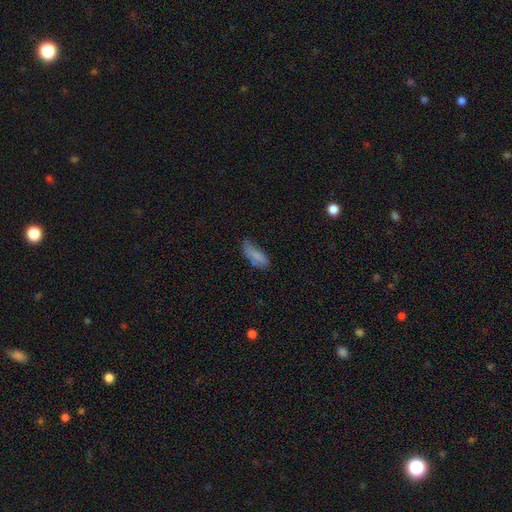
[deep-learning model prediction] Smooth or featured? Predicted: smooth (p=0.78). How rounded? Predicted: in between (p=0.69). Merging? Predicted: none (p=0.47).